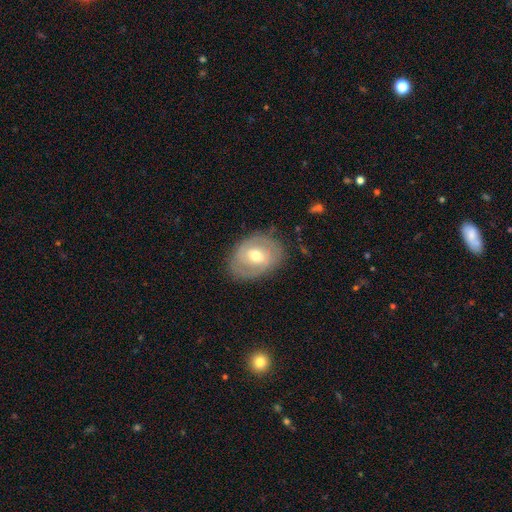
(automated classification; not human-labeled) Morphology: type=featured or disk (63%); edge-on=no (95%); bar=weak (43%, tied with no); spiral arms=yes (62%); bulge=moderate (71%); merging=none (78%).